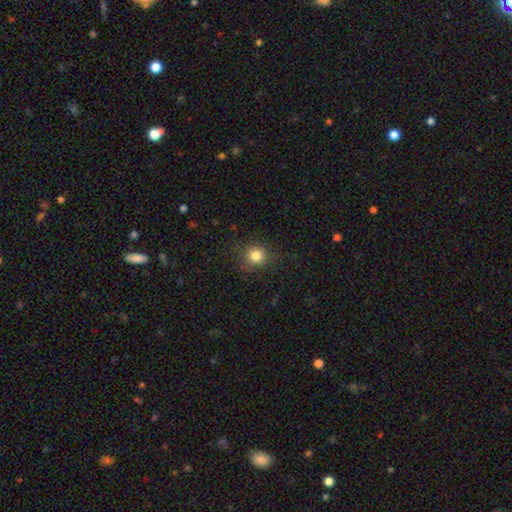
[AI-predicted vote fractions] Smooth or featured? Predicted: smooth (p=0.82). How rounded? Predicted: round (p=0.88). Merging? Predicted: none (p=0.85).